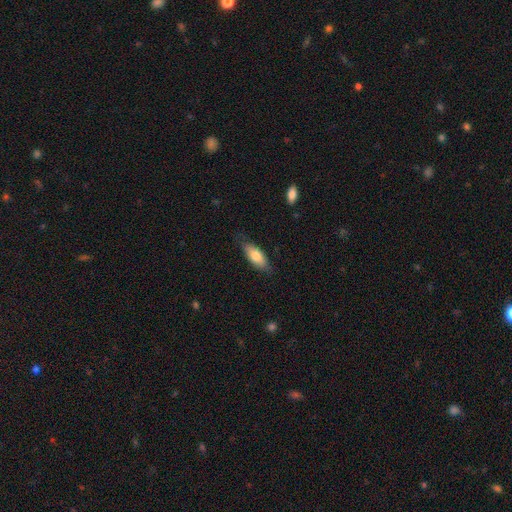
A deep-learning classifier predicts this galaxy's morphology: This appears to be a smooth galaxy with no disk features (75%) that is in between round and cigar-shaped (76%). Merging: none (79%).